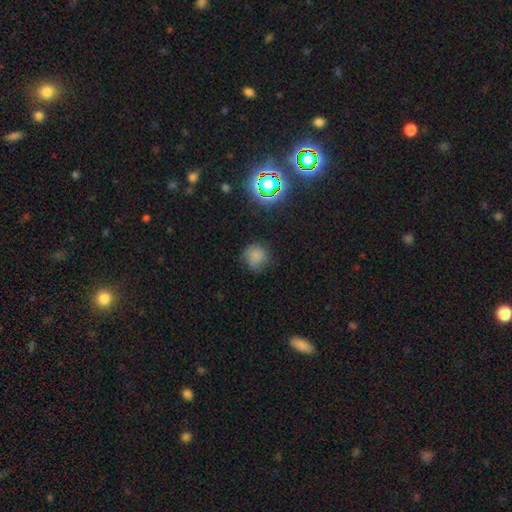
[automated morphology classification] type=smooth (74%); roundness=round (89%); merging=none (73%).